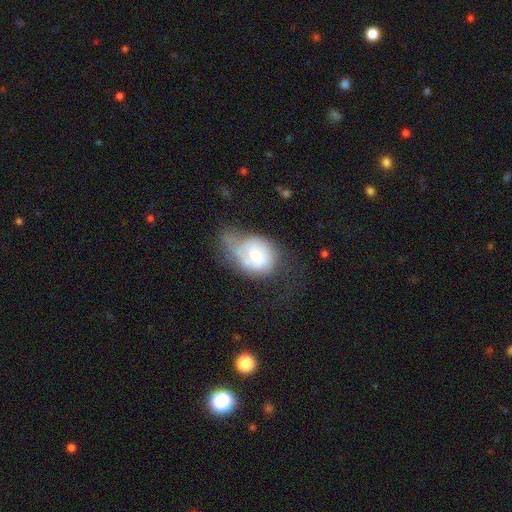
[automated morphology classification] smooth-or-featured: smooth: 46% (tied) | featured or disk: 46% (tied) | star or artifact: 8%
  merging: major disturbance: 38% | minor disturbance: 29% | none: 22% | merger: 12%